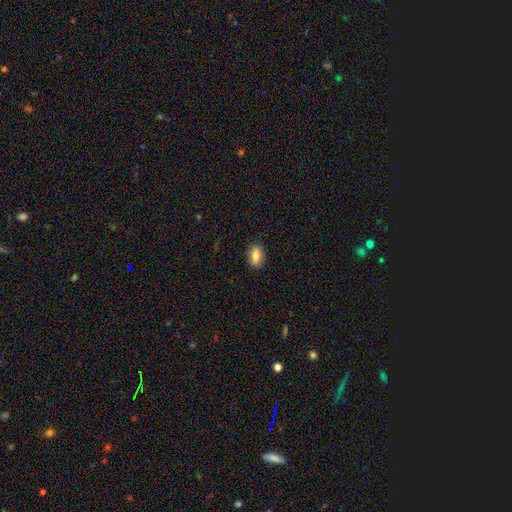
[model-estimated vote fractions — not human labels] Smooth or featured: smooth — 82% (featured or disk — 11%)
How rounded: in between — 85% (round — 8%)
Merging: none — 87% (minor disturbance — 10%)